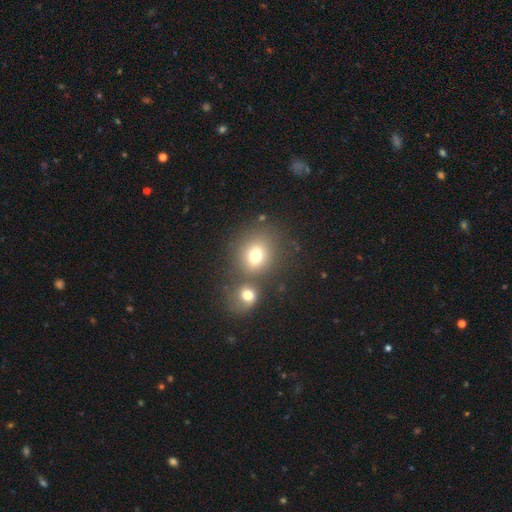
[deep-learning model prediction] smooth_or_featured: smooth (p=0.74) [alt: star or artifact p=0.13]
how_rounded: round (p=0.72) [alt: in between p=0.27]
merging: none (p=0.52) [alt: merger p=0.34]